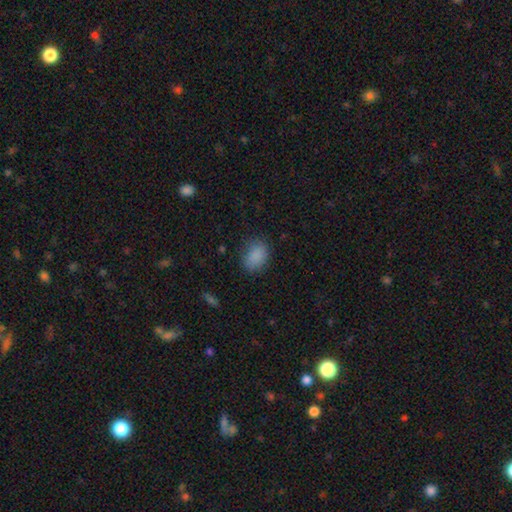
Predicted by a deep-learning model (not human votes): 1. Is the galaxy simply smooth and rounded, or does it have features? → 86% smooth, 9% star or artifact, 5% featured or disk.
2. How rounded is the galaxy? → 69% in between, 30% round, 1% cigar-shaped.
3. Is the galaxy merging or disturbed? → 79% none, 16% minor disturbance, 4% major disturbance, 1% merger.